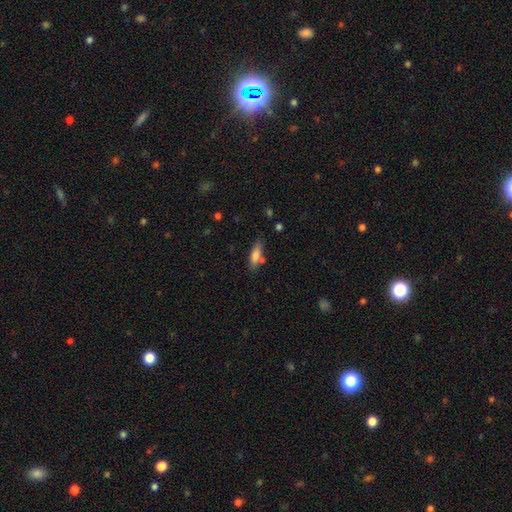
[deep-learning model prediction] smooth 76%, featured or disk 17%, star or artifact 7%. Down the decision tree: how rounded — in between (52%); merging — none (68%).